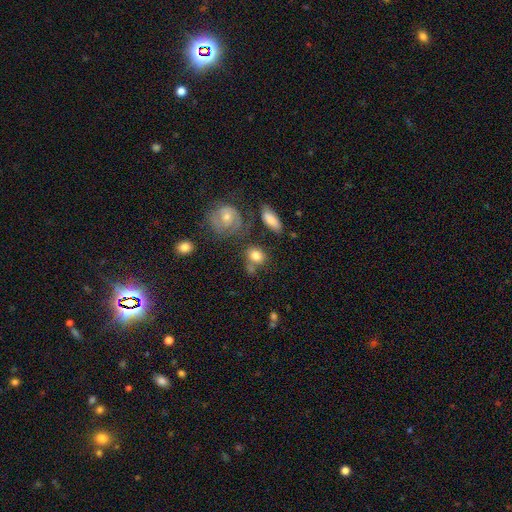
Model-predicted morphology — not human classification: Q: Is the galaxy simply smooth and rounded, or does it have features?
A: smooth — 77%.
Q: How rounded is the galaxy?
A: round — 62%.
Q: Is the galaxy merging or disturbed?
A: none — 59%.